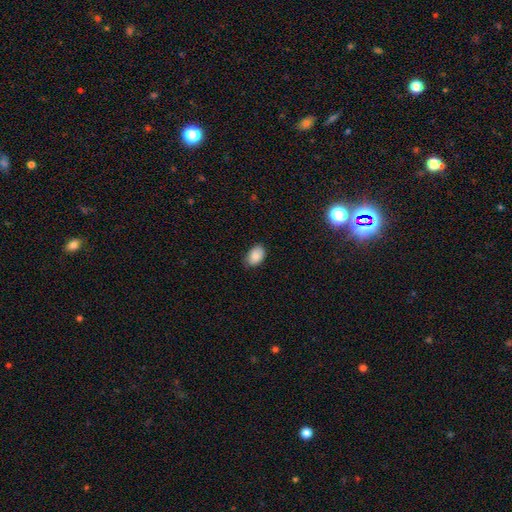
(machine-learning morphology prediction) Smooth or featured?
  - smooth: 88% *
  - star or artifact: 7%
  - featured or disk: 5%
How rounded?
  - in between: 89% *
  - round: 10%
  - cigar-shaped: 1%
Merging?
  - none: 76% *
  - minor disturbance: 20%
  - major disturbance: 3%
  - merger: 1%